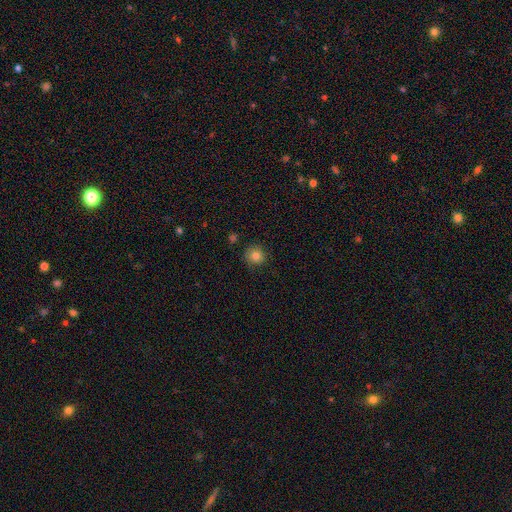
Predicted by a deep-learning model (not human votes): Smooth or featured: smooth — 82% (star or artifact — 11%)
How rounded: round — 92% (in between — 7%)
Merging: none — 86% (minor disturbance — 10%)